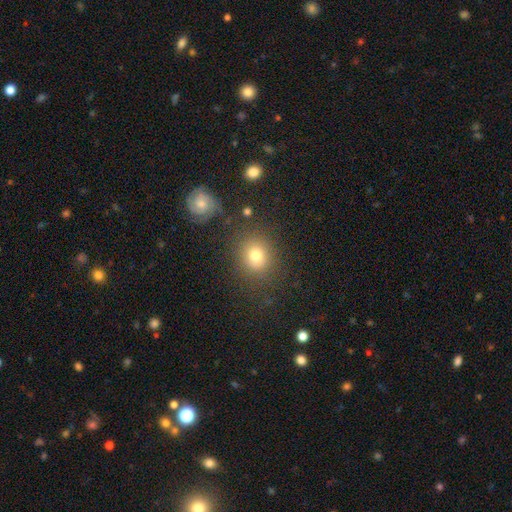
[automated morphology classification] Smooth or featured? Predicted: smooth (p=0.76). How rounded? Predicted: round (p=0.76). Merging? Predicted: none (p=0.80).